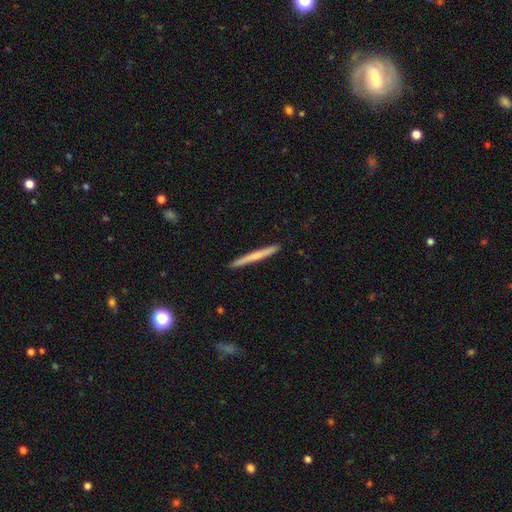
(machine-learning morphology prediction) Overall: smooth (52%; featured or disk 42%). How rounded: cigar-shaped (97%). Merging: none (92%).